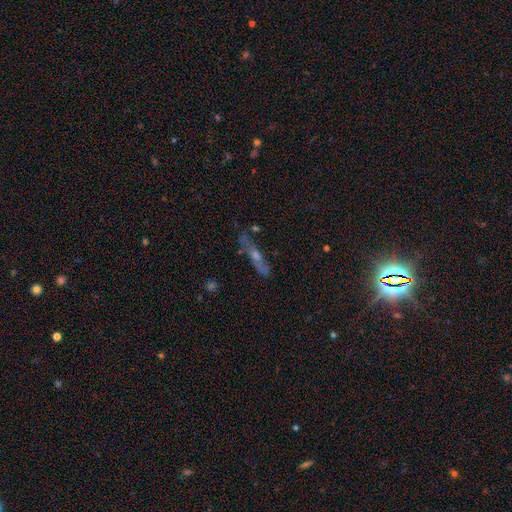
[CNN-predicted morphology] The model was most divided on "smooth or featured": featured or disk: 56%, smooth: 29%, star or artifact: 15%. More confident: merging — none (70%); edge-on disk — yes (66%).